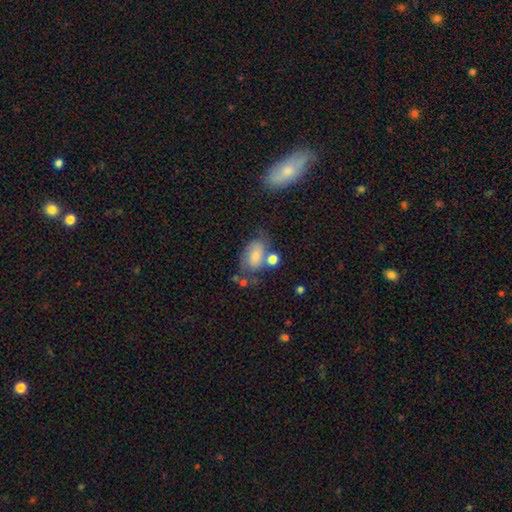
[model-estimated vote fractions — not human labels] A smooth galaxy with no disk features (74%) that is in between round and cigar-shaped (86%). Merging: none (46%).